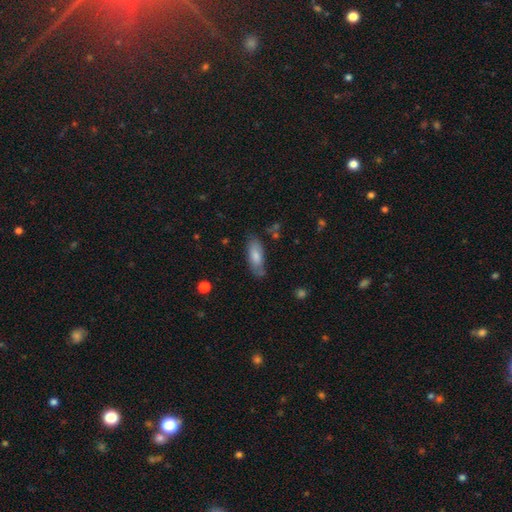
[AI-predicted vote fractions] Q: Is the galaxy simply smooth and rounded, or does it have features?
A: smooth — 74%.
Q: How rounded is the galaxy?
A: in between — 76%.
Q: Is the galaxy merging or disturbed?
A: none — 67%.